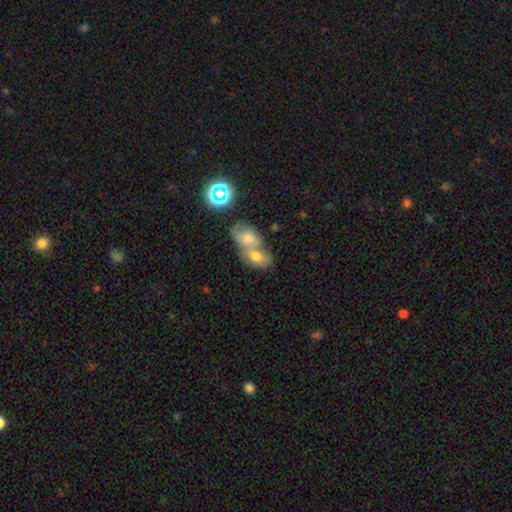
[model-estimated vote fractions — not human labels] smooth 50%, featured or disk 31%, star or artifact 19%. Down the decision tree: how rounded — in between (64%); merging — merger (66%).